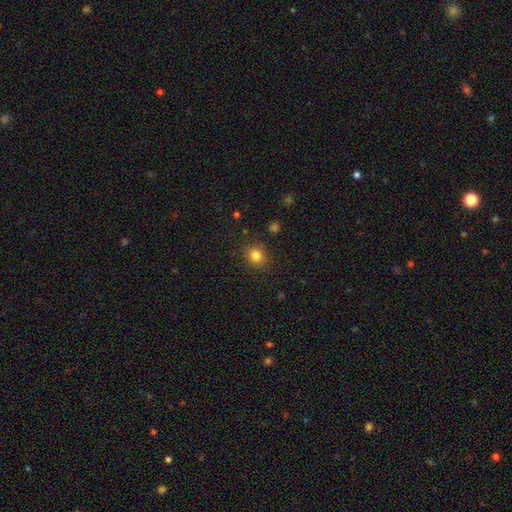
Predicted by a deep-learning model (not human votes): Smooth or featured? smooth (82%)
How rounded? round (74%)
Merging? none (86%)